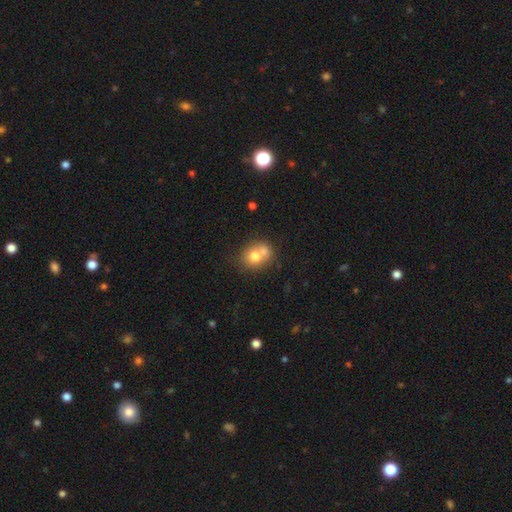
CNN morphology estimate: smooth-or-featured: smooth: 71% | featured or disk: 19% | star or artifact: 10%
  how-rounded: round: 68% | in between: 31% | cigar-shaped: 1%
  merging: merger: 54% | none: 35% | minor disturbance: 8% | major disturbance: 3%